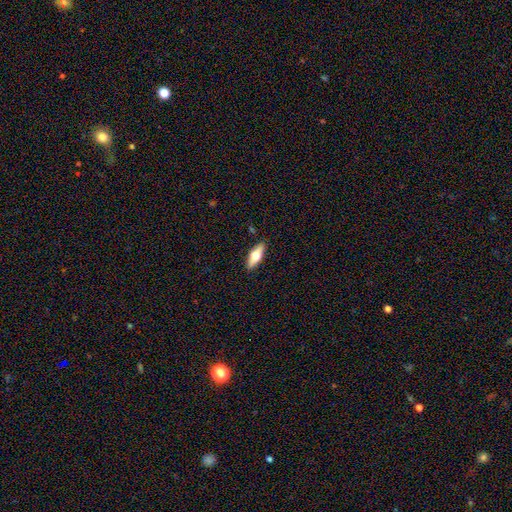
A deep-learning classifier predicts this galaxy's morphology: The model was most divided on "smooth or featured": smooth: 56%, featured or disk: 38%, star or artifact: 6%. More confident: merging — none (90%); how rounded — in between (61%).